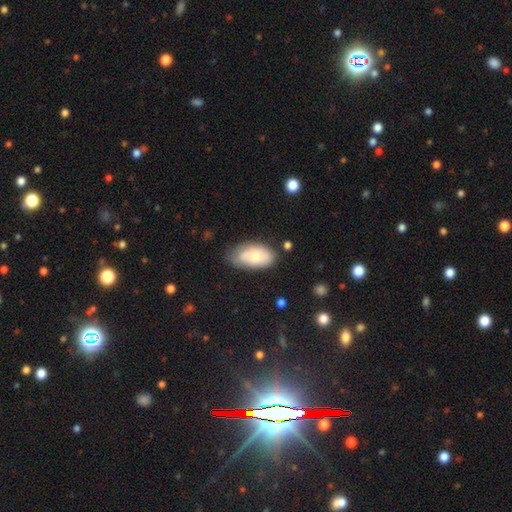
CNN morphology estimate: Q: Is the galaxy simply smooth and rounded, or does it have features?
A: smooth — 61%.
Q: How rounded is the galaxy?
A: in between — 93%.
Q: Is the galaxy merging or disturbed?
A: none — 58%.